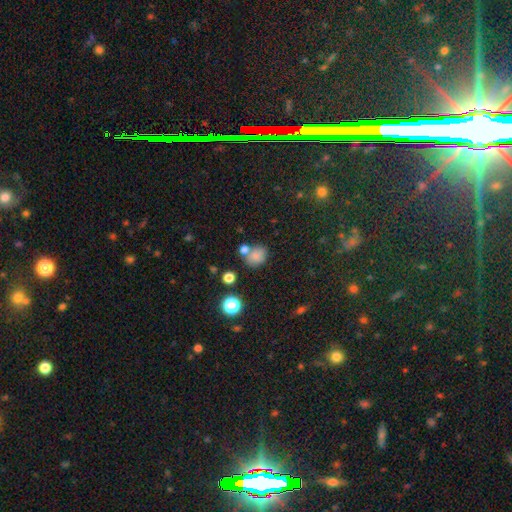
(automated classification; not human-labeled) The model was most divided on "how rounded": round: 58%, in between: 41%, cigar-shaped: 1%. More confident: smooth or featured — smooth (76%); merging — none (56%).